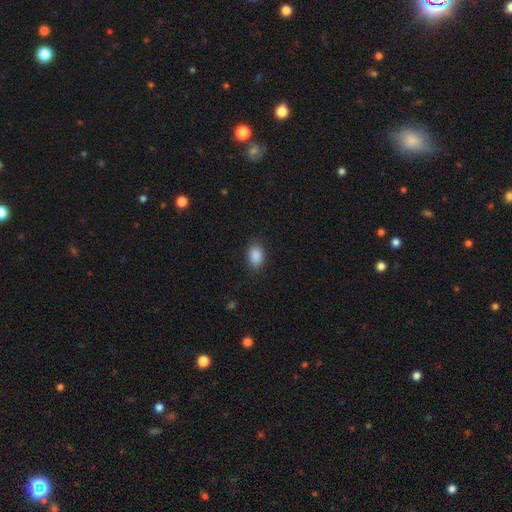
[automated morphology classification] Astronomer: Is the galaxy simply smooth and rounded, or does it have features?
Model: smooth — 88%.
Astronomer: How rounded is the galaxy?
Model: in between — 76%.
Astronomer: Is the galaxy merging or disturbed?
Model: none — 85%.